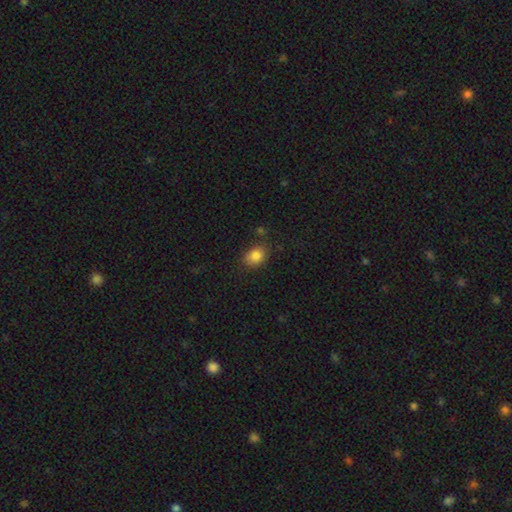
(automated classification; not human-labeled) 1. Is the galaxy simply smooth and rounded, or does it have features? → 84% smooth, 10% star or artifact, 6% featured or disk.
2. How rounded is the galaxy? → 61% in between, 38% round, 1% cigar-shaped.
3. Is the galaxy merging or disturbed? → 76% none, 16% minor disturbance, 4% major disturbance, 3% merger.